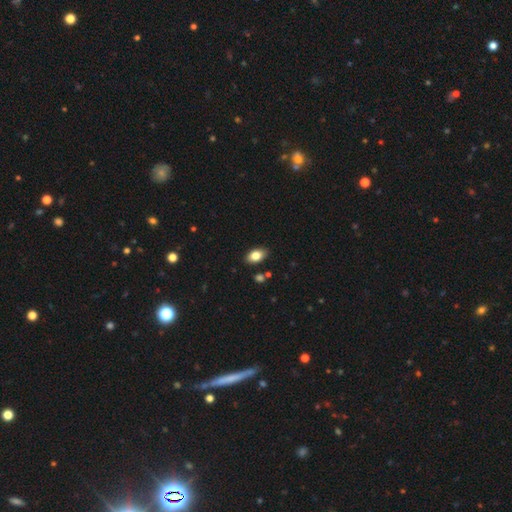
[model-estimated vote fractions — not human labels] Smooth or featured? Predicted: smooth (p=0.83). How rounded? Predicted: in between (p=0.90). Merging? Predicted: none (p=0.85).